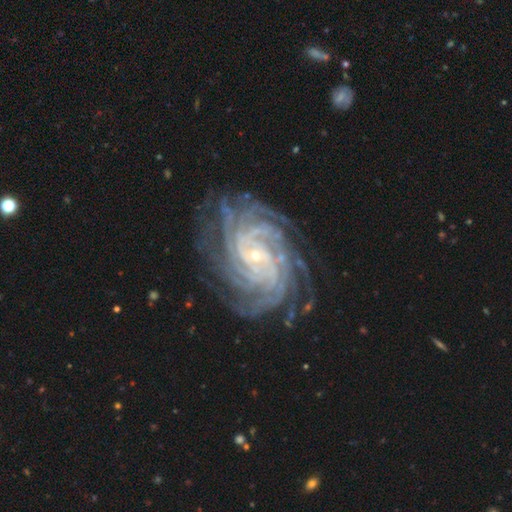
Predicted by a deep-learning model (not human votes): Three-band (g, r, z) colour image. It shows a featured or disk galaxy (93%) with no bar (54%), more than 4 (44%) tight (82%) spiral arms (99%) and a small central bulge (83%). Merging: none (80%).